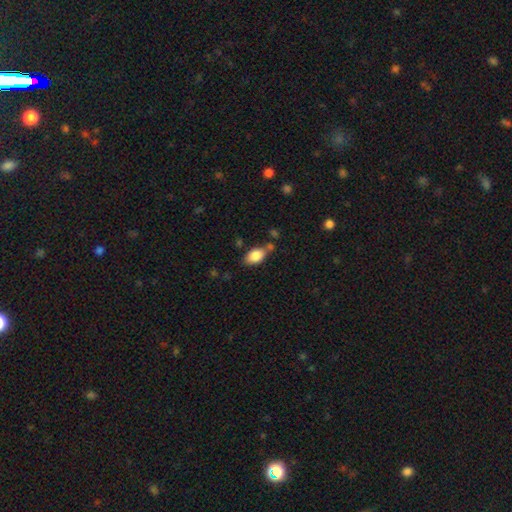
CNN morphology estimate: A smooth galaxy with no disk features (84%) that is in between round and cigar-shaped (89%). Merging: none (63%).